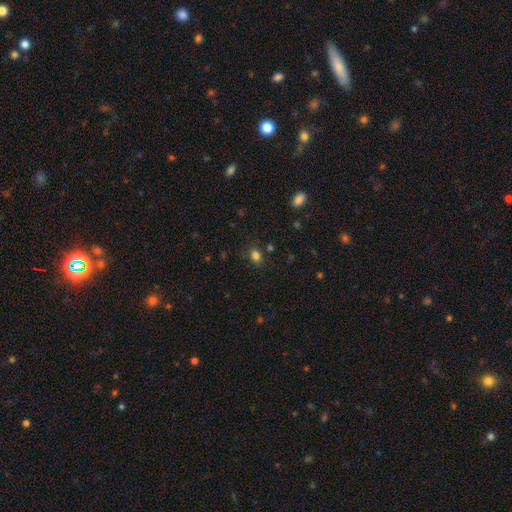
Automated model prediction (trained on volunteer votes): Smooth or featured?
  - smooth: 80% *
  - star or artifact: 15%
  - featured or disk: 6%
How rounded?
  - in between: 55% *
  - round: 44%
  - cigar-shaped: 1%
Merging?
  - none: 81% *
  - minor disturbance: 13%
  - major disturbance: 4%
  - merger: 3%